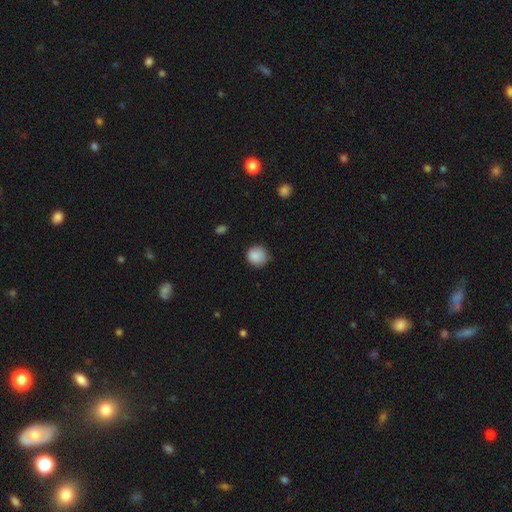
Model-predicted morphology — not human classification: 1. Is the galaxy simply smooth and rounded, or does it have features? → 88% smooth, 8% star or artifact, 4% featured or disk.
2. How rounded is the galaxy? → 88% round, 11% in between, 1% cigar-shaped.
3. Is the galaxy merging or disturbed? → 75% none, 20% minor disturbance, 3% major disturbance, 1% merger.